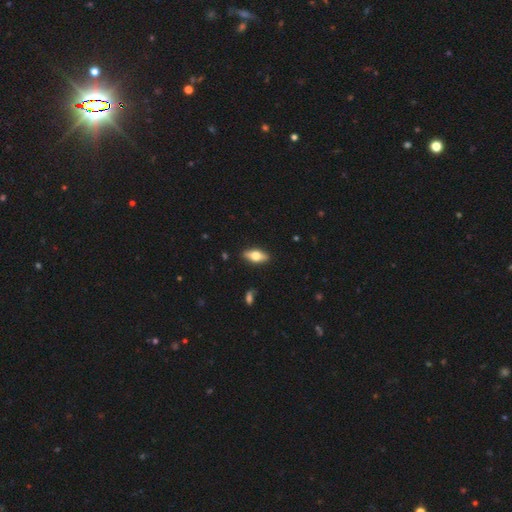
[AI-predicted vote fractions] The model was most divided on "smooth or featured": smooth: 59%, featured or disk: 35%, star or artifact: 6%. More confident: merging — none (88%); how rounded — in between (79%).